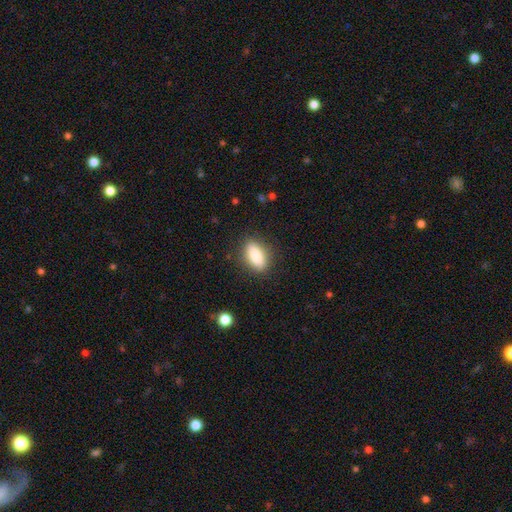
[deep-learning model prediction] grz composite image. It shows a smooth galaxy with no disk features (85%) that is in between round and cigar-shaped (81%). Merging: none (86%).